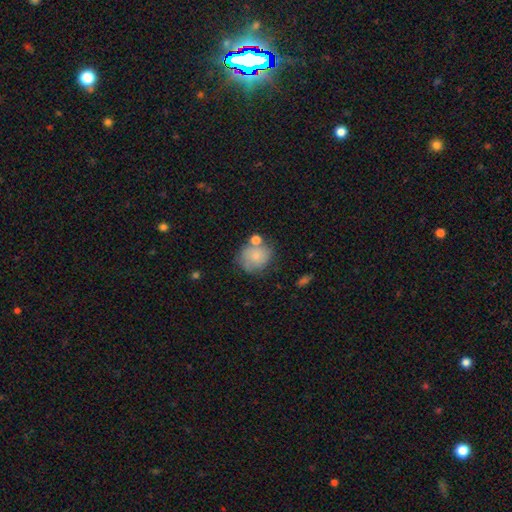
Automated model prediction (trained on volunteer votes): smooth 75%, featured or disk 17%, star or artifact 8%. Down the decision tree: how rounded — round (75%); merging — none (52%).